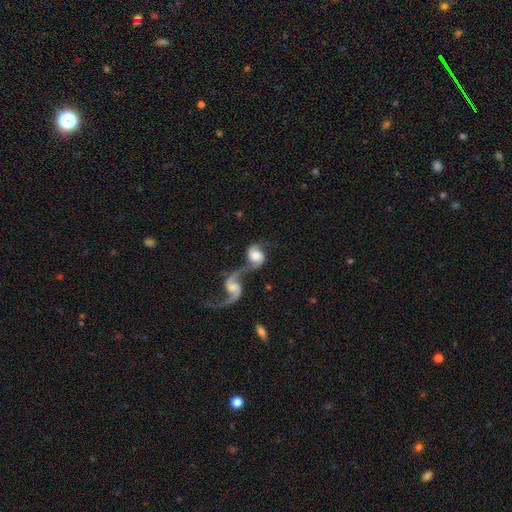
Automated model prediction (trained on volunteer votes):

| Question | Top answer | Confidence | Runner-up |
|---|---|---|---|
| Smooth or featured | featured or disk | 69% | smooth (25%) |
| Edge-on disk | no | 96% | yes (4%) |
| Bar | no | 55% | weak (34%) |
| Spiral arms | yes | 91% | no (9%) |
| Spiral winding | loose | 66% | medium (27%) |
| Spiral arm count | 2 | 83% | 1 (10%) |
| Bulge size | large | 34% | moderate (25%) |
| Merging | merger | 68% | none (17%) |